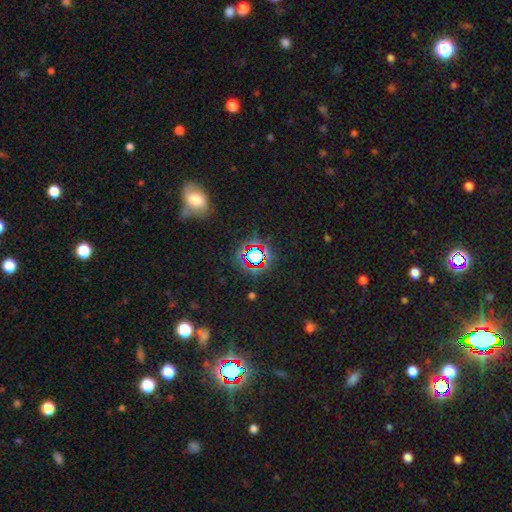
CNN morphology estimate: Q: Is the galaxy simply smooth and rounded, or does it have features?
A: star or artifact — 71%.